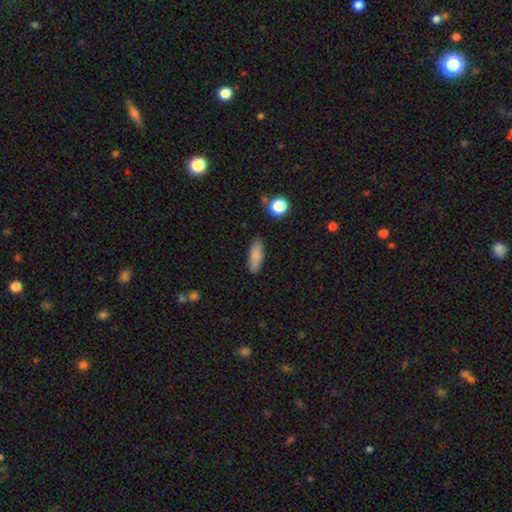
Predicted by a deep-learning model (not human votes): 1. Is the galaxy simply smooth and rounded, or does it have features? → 85% smooth, 7% featured or disk, 7% star or artifact.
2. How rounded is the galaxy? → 66% in between, 32% cigar-shaped, 3% round.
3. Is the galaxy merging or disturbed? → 85% none, 10% minor disturbance, 2% major disturbance, 2% merger.